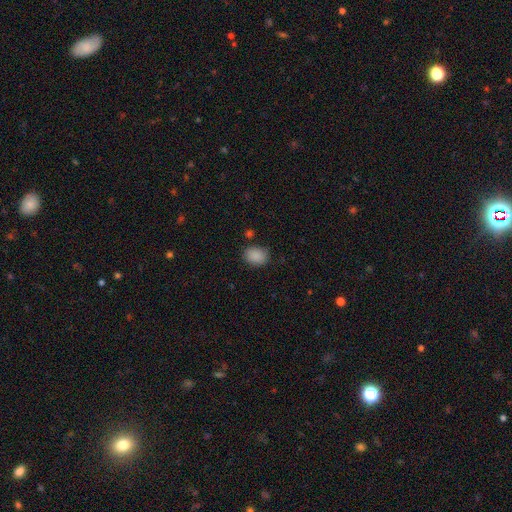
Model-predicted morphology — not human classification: smooth_or_featured: smooth (p=0.88) [alt: star or artifact p=0.08]
how_rounded: in between (p=0.62) [alt: round p=0.37]
merging: none (p=0.80) [alt: minor disturbance p=0.14]